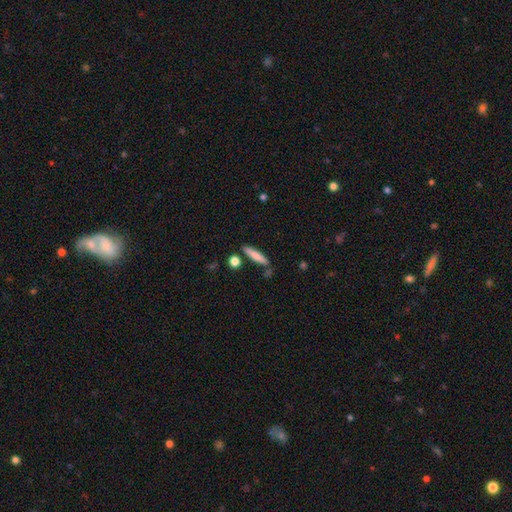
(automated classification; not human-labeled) smooth_or_featured: smooth (p=0.75) [alt: featured or disk p=0.19]
how_rounded: cigar-shaped (p=0.85) [alt: in between p=0.13]
merging: none (p=0.80) [alt: minor disturbance p=0.11]